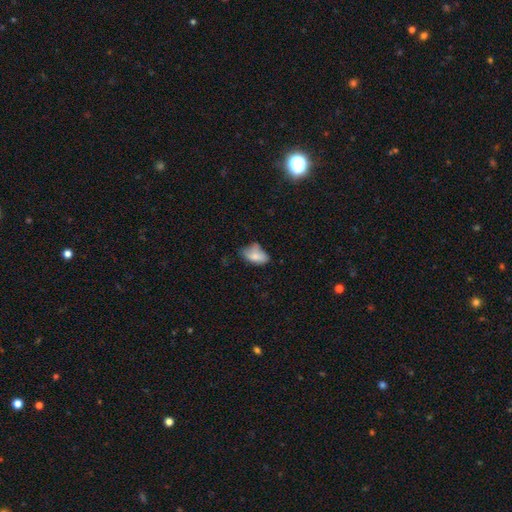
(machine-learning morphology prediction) A smooth galaxy with no disk features (79%) that is in between round and cigar-shaped (92%). Merging: none (44%).